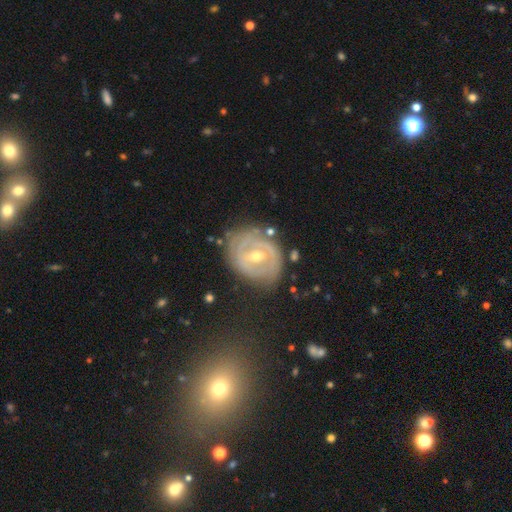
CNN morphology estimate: This is clearly a featured or disk galaxy (81%). It is clearly not viewed edge-on (96%). Bar: possibly weak (47%). Spiral arm pattern: likely yes (78%). Spiral arm count: marginally can't tell (39%). Spiral winding: likely tight (71%). Central bulge: possibly moderate (55%). Merging: likely none (70%).